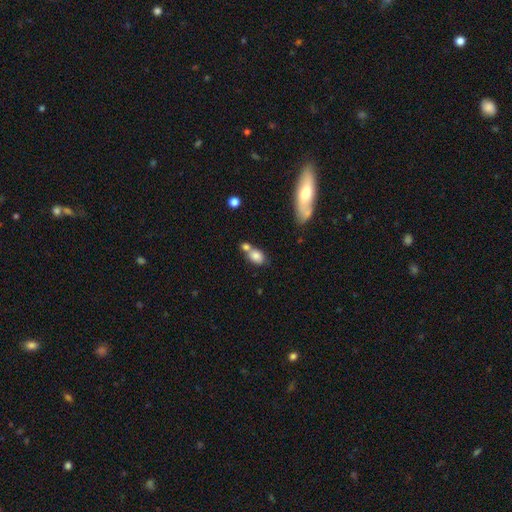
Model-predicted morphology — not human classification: Smooth or featured? smooth (81%)
How rounded? in between (76%)
Merging? merger (43%)